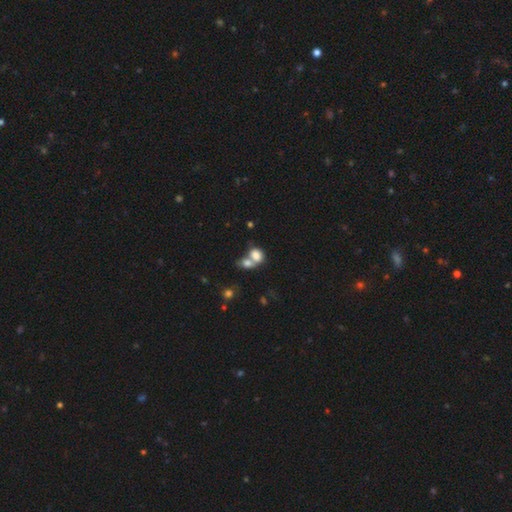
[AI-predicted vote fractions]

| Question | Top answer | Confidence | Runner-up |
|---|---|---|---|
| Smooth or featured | smooth | 76% | featured or disk (14%) |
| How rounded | in between | 64% | round (34%) |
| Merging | merger | 66% | none (22%) |